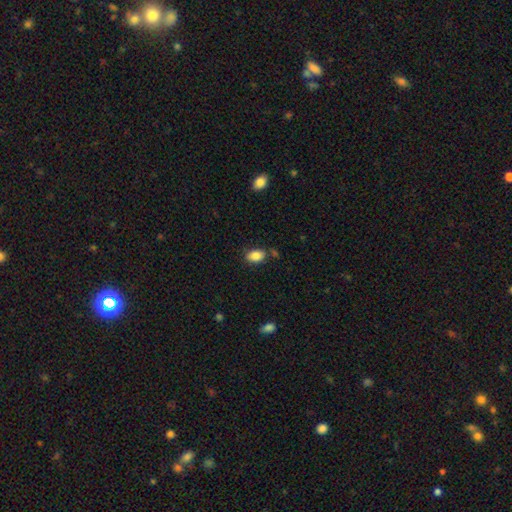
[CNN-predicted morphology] Smooth or featured?
  - smooth: 86% *
  - star or artifact: 8%
  - featured or disk: 6%
How rounded?
  - in between: 87% *
  - round: 11%
  - cigar-shaped: 1%
Merging?
  - none: 78% *
  - minor disturbance: 14%
  - merger: 5%
  - major disturbance: 3%